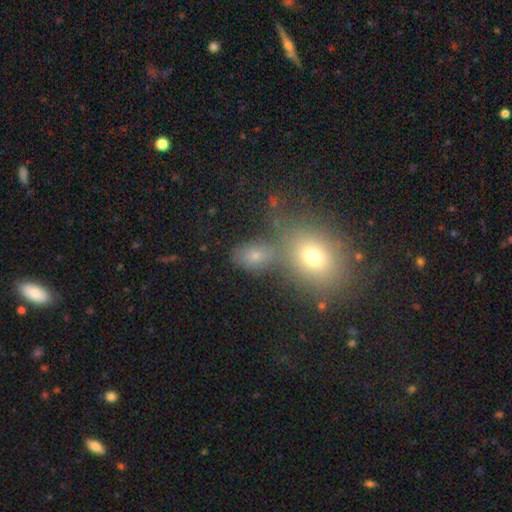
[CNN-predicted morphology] smooth 66%, star or artifact 18%, featured or disk 15%. Down the decision tree: how rounded — in between (72%); merging — none (52%).